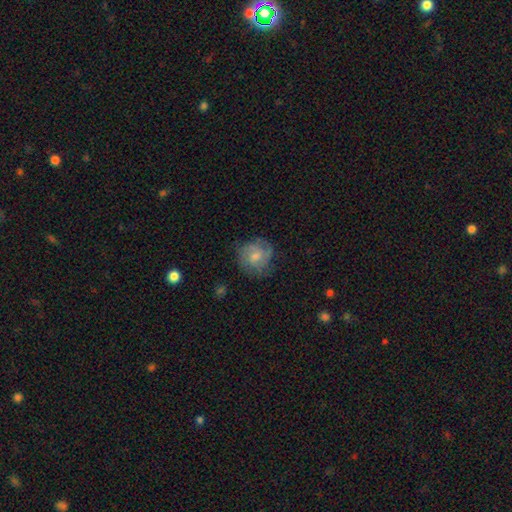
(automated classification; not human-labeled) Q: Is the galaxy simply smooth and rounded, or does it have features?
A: featured or disk — 47%.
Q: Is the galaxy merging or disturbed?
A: none — 69%.